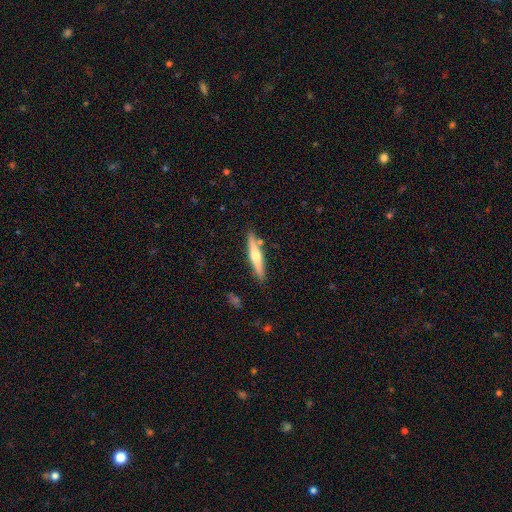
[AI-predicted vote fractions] Morphology: type=featured or disk (53%); edge-on=yes (96%); edge-on bulge=rounded (88%); merging=none (84%).